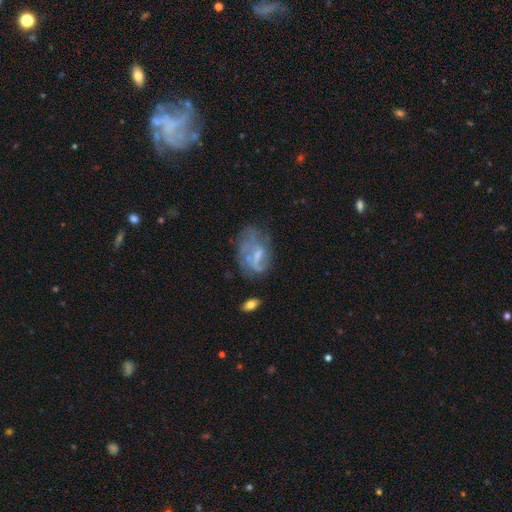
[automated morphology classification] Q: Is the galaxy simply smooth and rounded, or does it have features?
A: featured or disk — 59%.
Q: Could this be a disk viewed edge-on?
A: no — 96%.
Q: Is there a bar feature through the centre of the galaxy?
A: weak — 45%.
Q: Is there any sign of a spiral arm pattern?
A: yes — 54%.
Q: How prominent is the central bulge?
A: small — 38%.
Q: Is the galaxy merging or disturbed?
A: none — 41%.